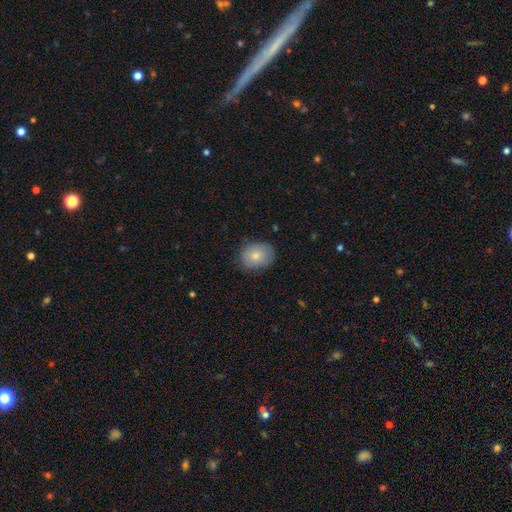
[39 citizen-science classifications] smooth-or-featured: smooth: 74% | featured or disk: 18% | star or artifact: 8%
  how-rounded: round: 72% | in between: 28% | cigar-shaped: 0%
  merging: none: 81% | minor disturbance: 17% | major disturbance: 3% | merger: 0%